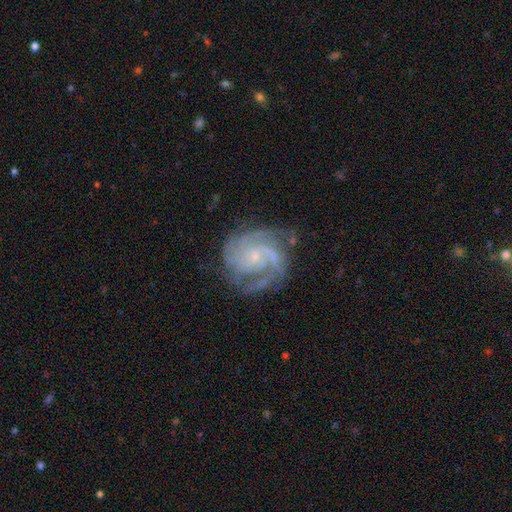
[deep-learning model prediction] Smooth or featured? Predicted: featured or disk (p=0.89). Edge-on disk? Predicted: no (p=0.98). Bar? Predicted: no (p=0.68). Spiral arms? Predicted: yes (p=0.98). Spiral winding? Predicted: tight (p=0.54). Spiral arm count? Predicted: 3 (p=0.34). Bulge size? Predicted: small (p=0.81). Merging? Predicted: none (p=0.69).